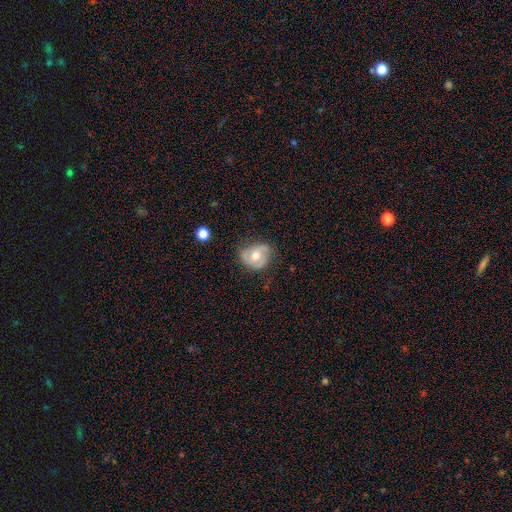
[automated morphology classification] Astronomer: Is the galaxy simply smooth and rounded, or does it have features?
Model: featured or disk — 52% (runner-up: smooth, 41%).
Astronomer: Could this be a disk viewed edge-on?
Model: no — 96%.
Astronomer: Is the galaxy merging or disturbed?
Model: none — 54% (runner-up: minor disturbance, 32%).